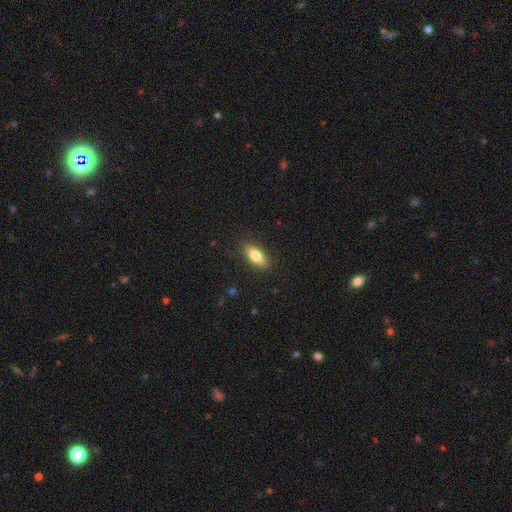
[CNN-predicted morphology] Smooth or featured: smooth — 76% (featured or disk — 17%)
How rounded: in between — 70% (cigar-shaped — 28%)
Merging: none — 86% (minor disturbance — 10%)